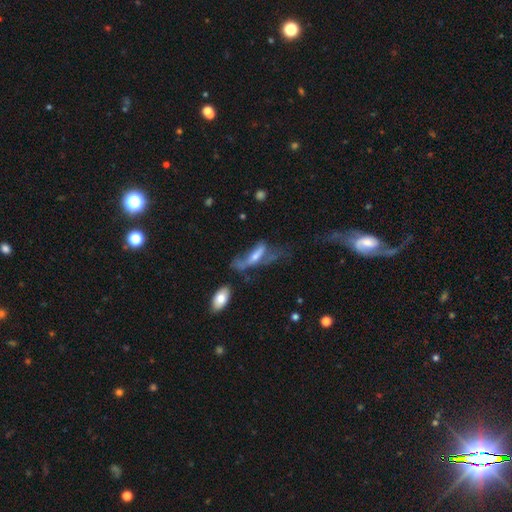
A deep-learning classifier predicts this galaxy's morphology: A featured or disk galaxy (49%). Merging: major disturbance (50%).